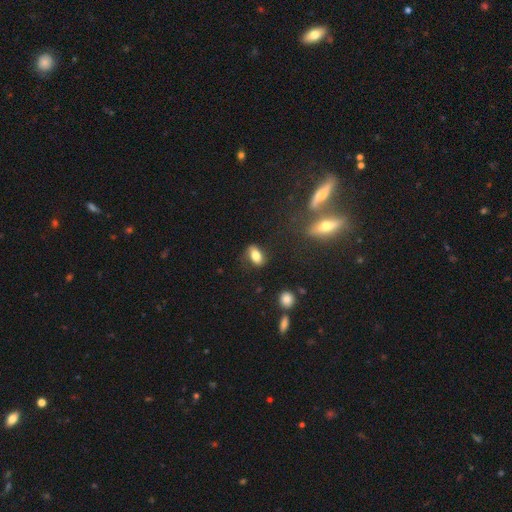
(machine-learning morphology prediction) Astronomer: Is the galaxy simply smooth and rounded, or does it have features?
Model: smooth — 79%.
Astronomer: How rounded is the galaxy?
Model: in between — 87%.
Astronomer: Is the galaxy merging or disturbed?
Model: none — 75%.